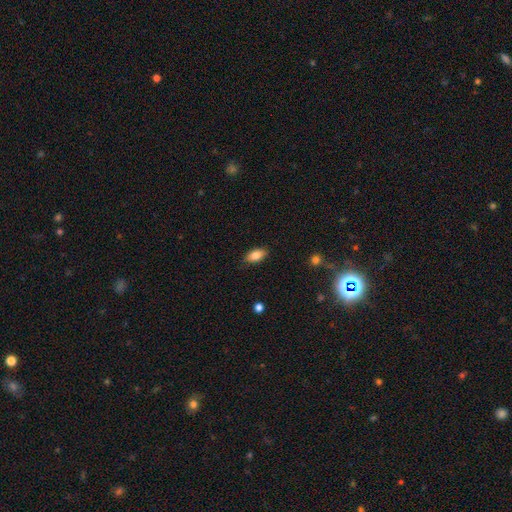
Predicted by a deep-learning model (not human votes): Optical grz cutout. It shows a smooth galaxy with no disk features (82%) that is in between round and cigar-shaped (90%). Merging: none (87%).